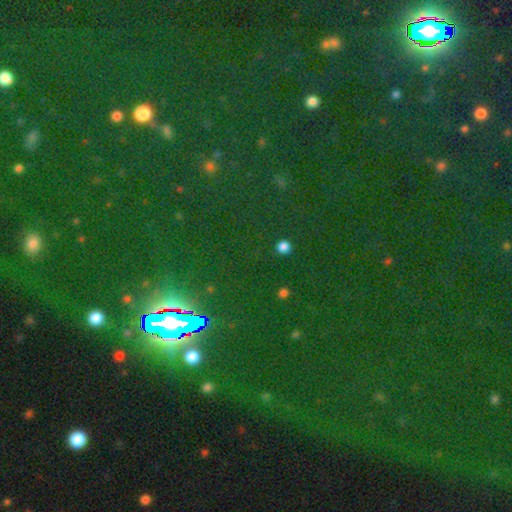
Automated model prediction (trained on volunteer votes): This appears to be a star or artifact, not a galaxy (81%).